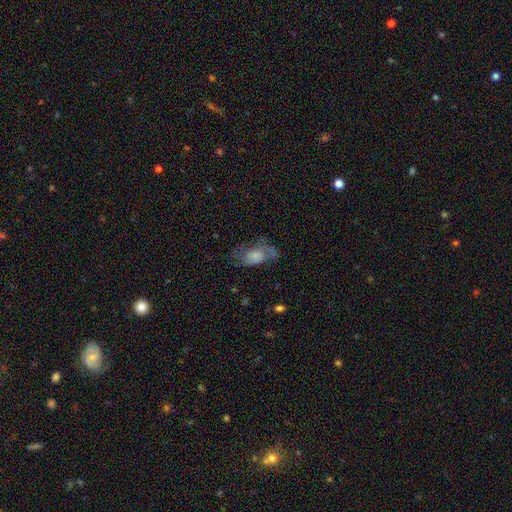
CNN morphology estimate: Smooth or featured? Predicted: featured or disk (p=0.45, tied with smooth). Merging? Predicted: none (p=0.39).